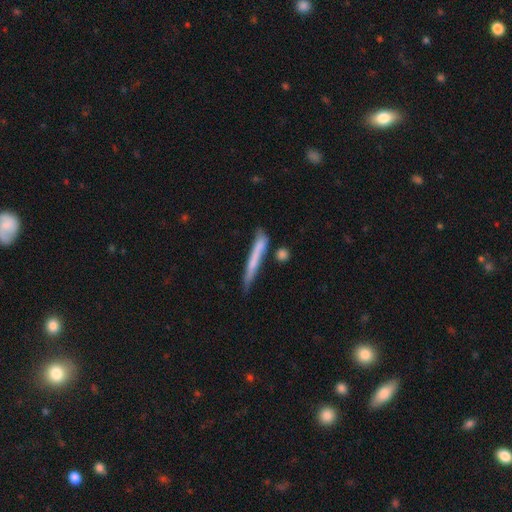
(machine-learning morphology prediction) Smooth or featured? smooth (60%)
How rounded? cigar-shaped (96%)
Merging? none (66%)